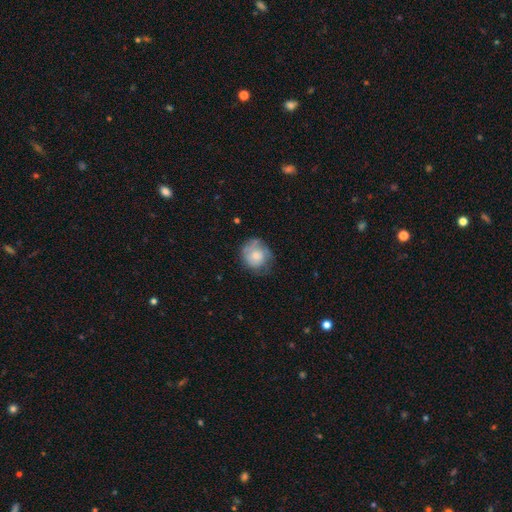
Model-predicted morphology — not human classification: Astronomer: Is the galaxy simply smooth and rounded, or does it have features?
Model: smooth — 63%.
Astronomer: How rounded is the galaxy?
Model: round — 78%.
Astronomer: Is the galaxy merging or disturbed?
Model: none — 59%.